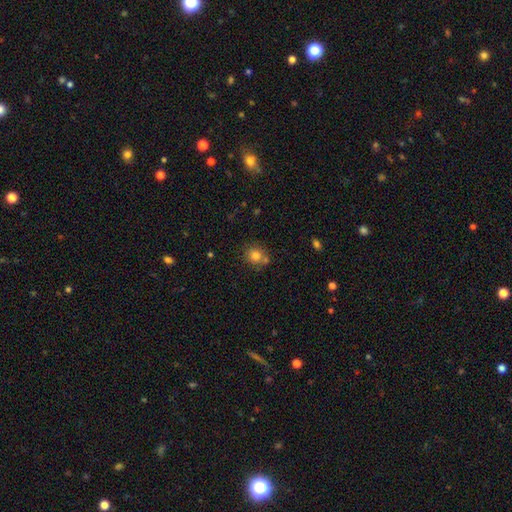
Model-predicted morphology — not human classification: The model was most divided on "merging": none: 66%, merger: 16%, minor disturbance: 14%, major disturbance: 4%. More confident: how rounded — round (81%); smooth or featured — smooth (78%).